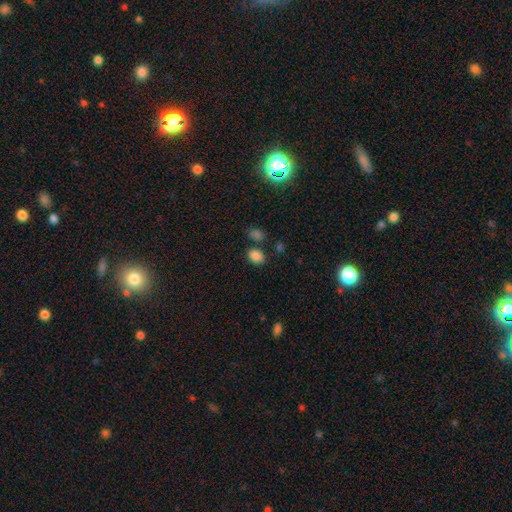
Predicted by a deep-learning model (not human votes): smooth 83%, star or artifact 12%, featured or disk 5%. Down the decision tree: how rounded — in between (68%); merging — none (75%).